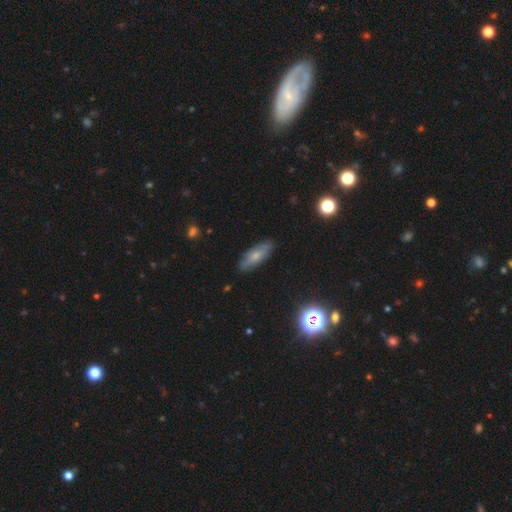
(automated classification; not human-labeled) Q: Smooth or featured?
A: smooth (63%); runner-up: featured or disk (29%)
Q: How rounded?
A: in between (63%); runner-up: cigar-shaped (34%)
Q: Merging?
A: none (86%); runner-up: minor disturbance (11%)